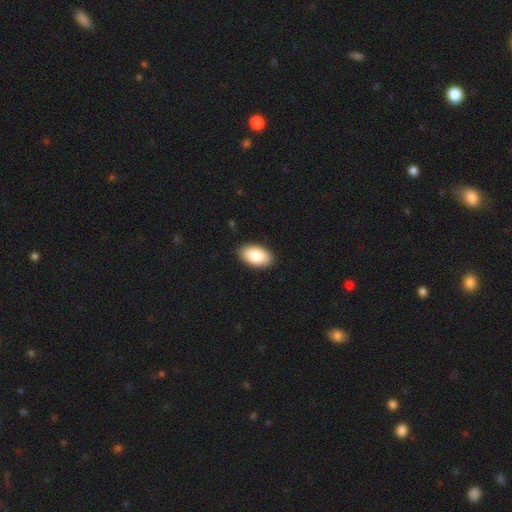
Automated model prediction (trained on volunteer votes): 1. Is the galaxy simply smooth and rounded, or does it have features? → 87% smooth, 7% featured or disk, 6% star or artifact.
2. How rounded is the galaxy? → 95% in between, 4% round, 1% cigar-shaped.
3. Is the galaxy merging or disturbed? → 90% none, 7% minor disturbance, 2% major disturbance, 1% merger.